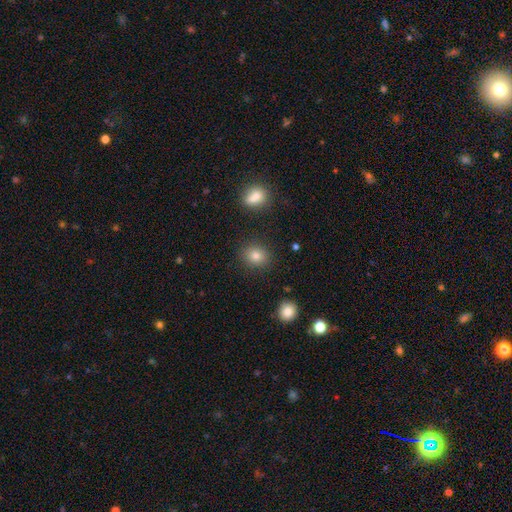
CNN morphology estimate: This appears to be a smooth galaxy with no disk features (83%) that is round (71%). Merging: none (87%).